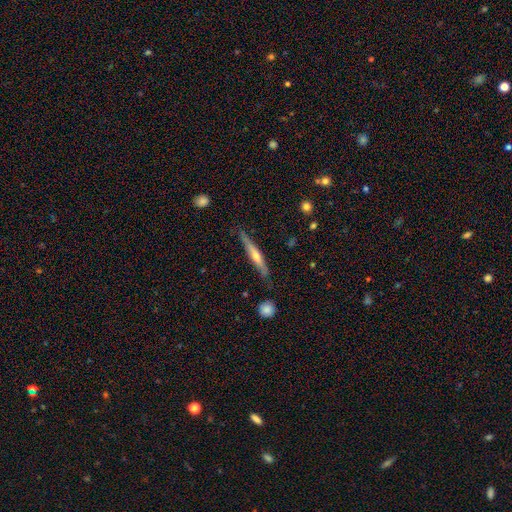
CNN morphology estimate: Smooth or featured?
  - featured or disk: 66% *
  - smooth: 28%
  - star or artifact: 6%
Edge-on disk?
  - yes: 96% *
  - no: 4%
Edge-on bulge?
  - rounded: 79% *
  - none: 16%
  - boxy: 5%
Merging?
  - none: 82% *
  - minor disturbance: 14%
  - major disturbance: 2%
  - merger: 2%